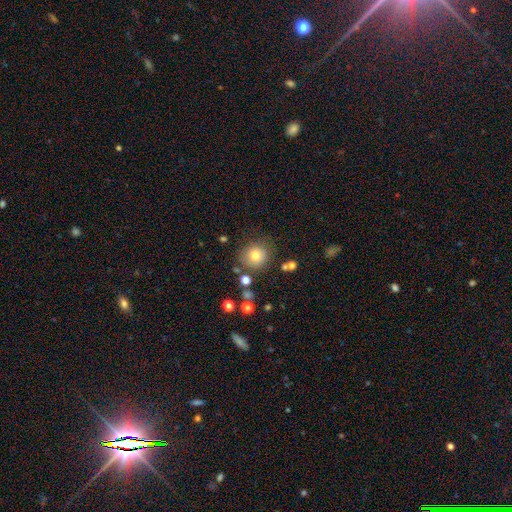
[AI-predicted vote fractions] The model was most divided on "smooth or featured": smooth: 76%, star or artifact: 13%, featured or disk: 11%. More confident: how rounded — round (89%); merging — none (79%).